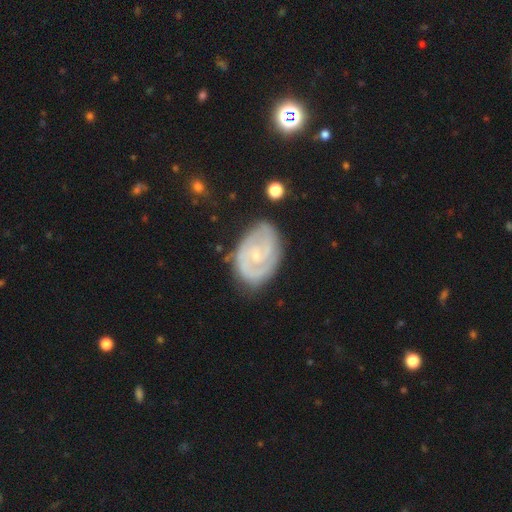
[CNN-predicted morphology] Smooth or featured?
  - featured or disk: 80% *
  - smooth: 15%
  - star or artifact: 6%
Edge-on disk?
  - no: 97% *
  - yes: 3%
Bar?
  - no: 63% *
  - weak: 32%
  - strong: 6%
Spiral arms?
  - yes: 90% *
  - no: 10%
Spiral winding?
  - tight: 60% *
  - medium: 31%
  - loose: 9%
Spiral arm count?
  - 2: 52% *
  - can't tell: 26%
  - 3: 10%
  - 1: 6%
  - 4: 3%
  - more than 4: 3%
Bulge size?
  - small: 76% *
  - moderate: 20%
  - none: 3%
  - large: 1%
  - dominant: 1%
Merging?
  - none: 71% *
  - minor disturbance: 21%
  - major disturbance: 7%
  - merger: 2%